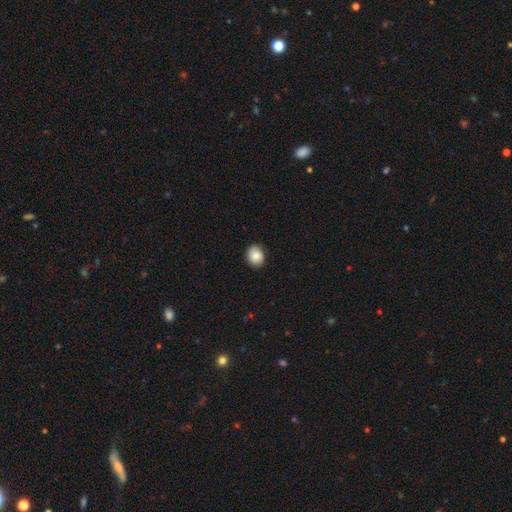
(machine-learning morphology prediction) smooth-or-featured: smooth: 85% | star or artifact: 8% | featured or disk: 7%
  how-rounded: round: 65% | in between: 34% | cigar-shaped: 1%
  merging: none: 86% | minor disturbance: 11% | major disturbance: 2% | merger: 1%